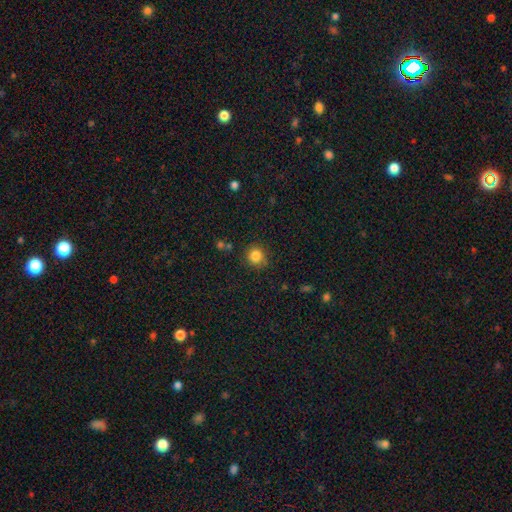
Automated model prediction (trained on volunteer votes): A smooth galaxy with no disk features (84%) that is round (90%). Merging: none (84%).